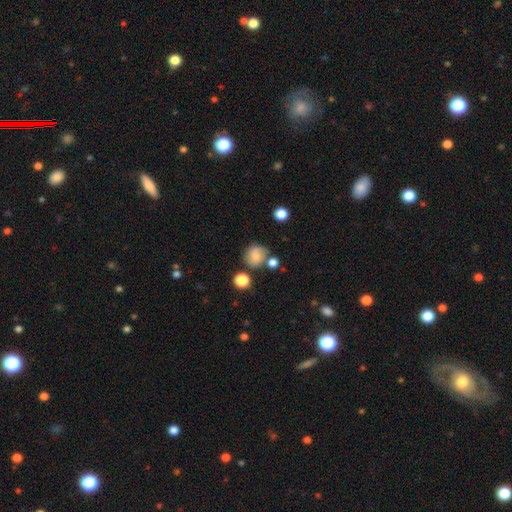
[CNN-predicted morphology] smooth-or-featured: smooth: 70% | featured or disk: 19% | star or artifact: 11%
  how-rounded: round: 82% | in between: 17% | cigar-shaped: 1%
  merging: none: 63% | minor disturbance: 19% | merger: 13% | major disturbance: 6%